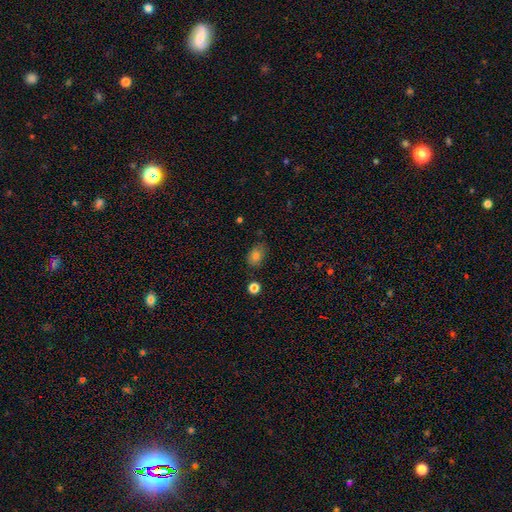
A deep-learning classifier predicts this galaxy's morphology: The model was most divided on "merging": none: 73%, minor disturbance: 20%, major disturbance: 4%, merger: 3%. More confident: smooth or featured — smooth (80%); how rounded — in between (79%).